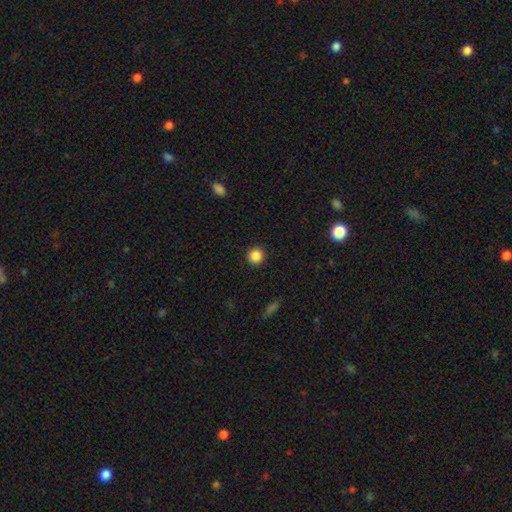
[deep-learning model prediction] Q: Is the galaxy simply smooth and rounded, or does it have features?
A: smooth — 87%.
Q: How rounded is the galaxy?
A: round — 95%.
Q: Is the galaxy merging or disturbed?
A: none — 93%.